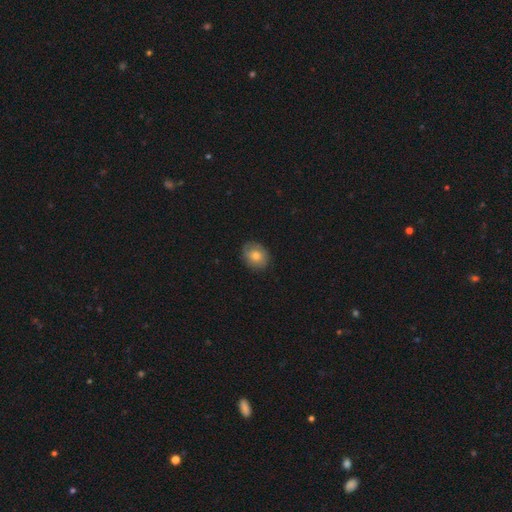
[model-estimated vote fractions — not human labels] Q: Smooth or featured?
A: smooth (68%); runner-up: featured or disk (23%)
Q: How rounded?
A: round (60%); runner-up: in between (39%)
Q: Merging?
A: none (81%); runner-up: minor disturbance (15%)